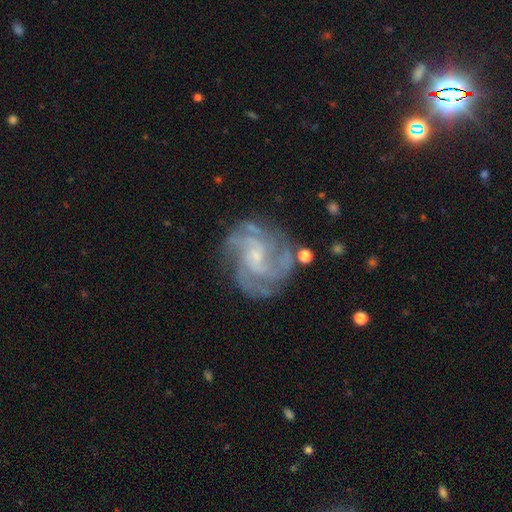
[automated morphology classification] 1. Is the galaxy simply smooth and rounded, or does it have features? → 87% featured or disk, 7% star or artifact, 6% smooth.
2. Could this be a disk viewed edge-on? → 98% no, 2% yes.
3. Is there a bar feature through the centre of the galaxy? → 56% no, 37% weak, 7% strong.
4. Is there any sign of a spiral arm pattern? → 97% yes, 3% no.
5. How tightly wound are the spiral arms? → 45% tight, 44% medium, 10% loose.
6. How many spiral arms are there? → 32% 3, 25% 4, 17% can't tell, 14% 2, 7% more than 4, 6% 1.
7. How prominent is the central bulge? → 69% small, 21% moderate, 8% none, 1% large, 1% dominant.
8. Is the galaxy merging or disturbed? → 73% none, 16% minor disturbance, 9% major disturbance, 2% merger.